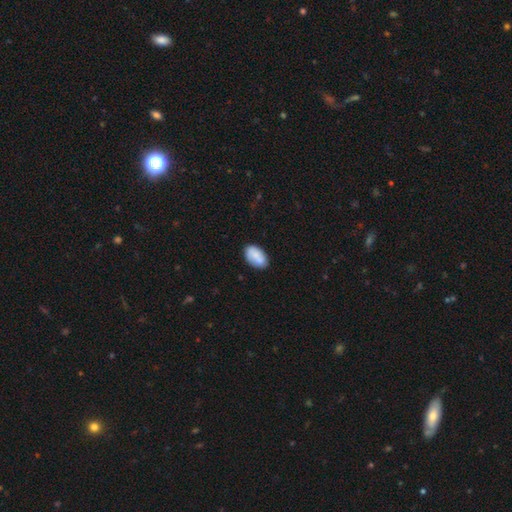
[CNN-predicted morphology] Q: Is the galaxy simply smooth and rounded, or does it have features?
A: smooth — 78%.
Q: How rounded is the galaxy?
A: in between — 93%.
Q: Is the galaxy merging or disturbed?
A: none — 73%.